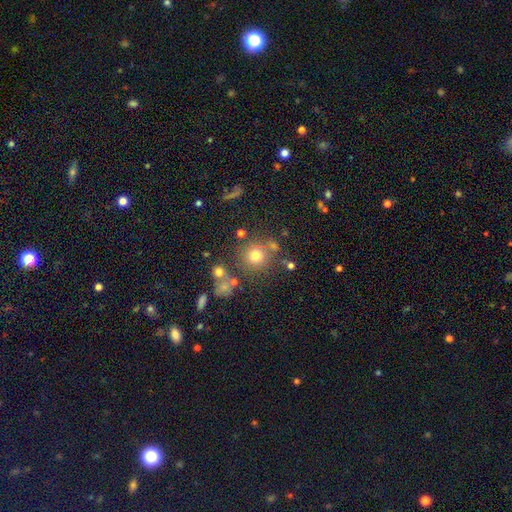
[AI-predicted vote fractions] Smooth or featured?
  - smooth: 72% *
  - star or artifact: 17%
  - featured or disk: 11%
How rounded?
  - round: 92% *
  - in between: 6%
  - cigar-shaped: 1%
Merging?
  - none: 74% *
  - minor disturbance: 11%
  - merger: 10%
  - major disturbance: 5%